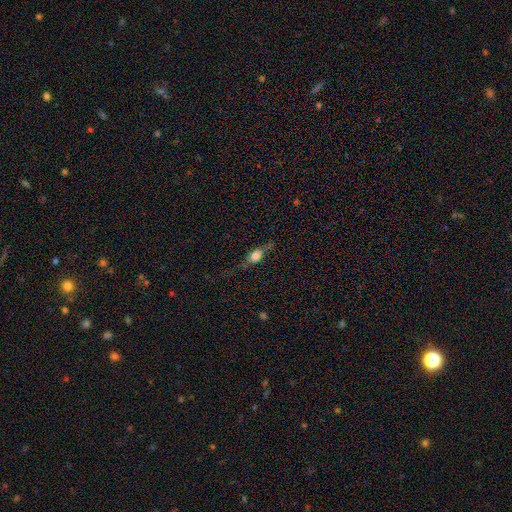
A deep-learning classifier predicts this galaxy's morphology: This is possibly a smooth galaxy (55%). How rounded: likely in between (64%). Merging: possibly none (54%).